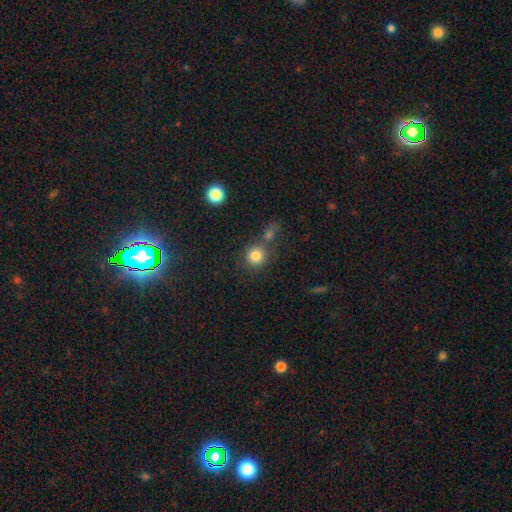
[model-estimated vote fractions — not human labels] smooth_or_featured: smooth (p=0.82) [alt: star or artifact p=0.11]
how_rounded: round (p=0.89) [alt: in between p=0.10]
merging: none (p=0.59) [alt: merger p=0.26]